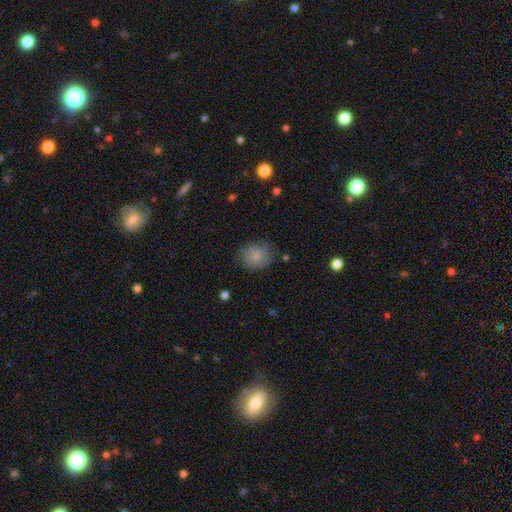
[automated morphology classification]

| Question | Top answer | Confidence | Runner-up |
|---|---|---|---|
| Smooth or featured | smooth | 71% | featured or disk (20%) |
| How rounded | round | 68% | in between (31%) |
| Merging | none | 66% | minor disturbance (23%) |